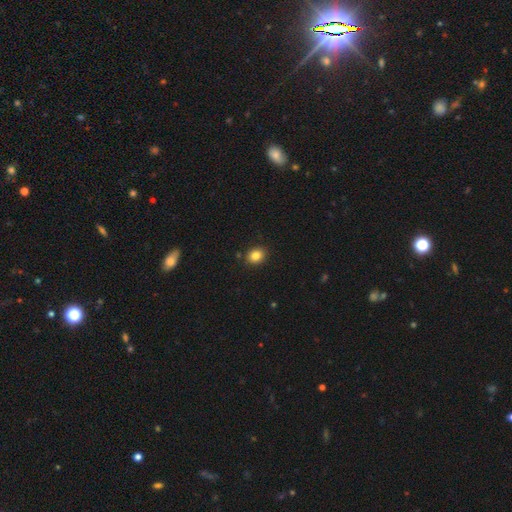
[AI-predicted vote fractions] smooth-or-featured: smooth: 83% | star or artifact: 11% | featured or disk: 6%
  how-rounded: round: 64% | in between: 35% | cigar-shaped: 1%
  merging: none: 88% | minor disturbance: 8% | merger: 2% | major disturbance: 2%